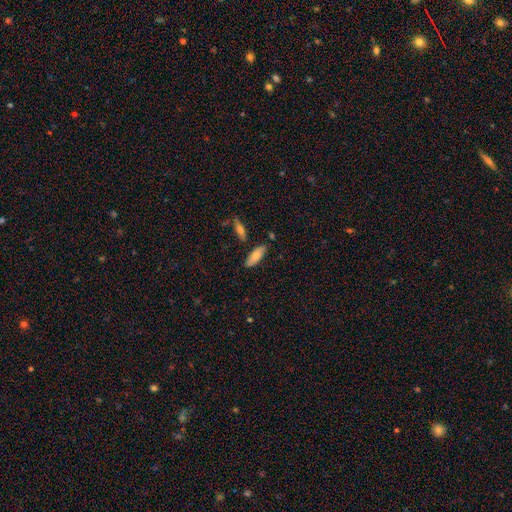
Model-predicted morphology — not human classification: type=smooth (75%); roundness=in between (68%); merging=none (80%).